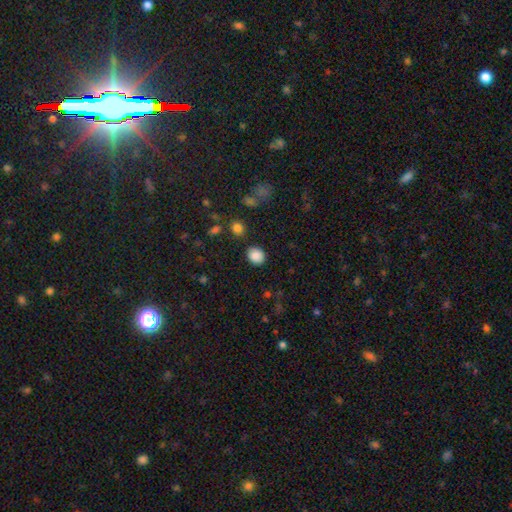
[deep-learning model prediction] Smooth or featured?
  - smooth: 87% *
  - star or artifact: 9%
  - featured or disk: 4%
How rounded?
  - round: 68% *
  - in between: 31%
  - cigar-shaped: 1%
Merging?
  - none: 86% *
  - minor disturbance: 9%
  - major disturbance: 3%
  - merger: 2%